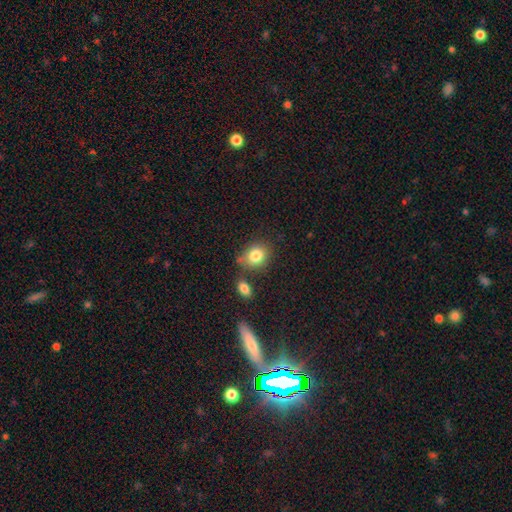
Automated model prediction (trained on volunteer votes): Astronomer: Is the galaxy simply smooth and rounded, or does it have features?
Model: smooth — 82%.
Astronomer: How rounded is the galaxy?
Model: round — 61% (runner-up: in between, 38%).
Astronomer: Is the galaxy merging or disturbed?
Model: none — 61%.